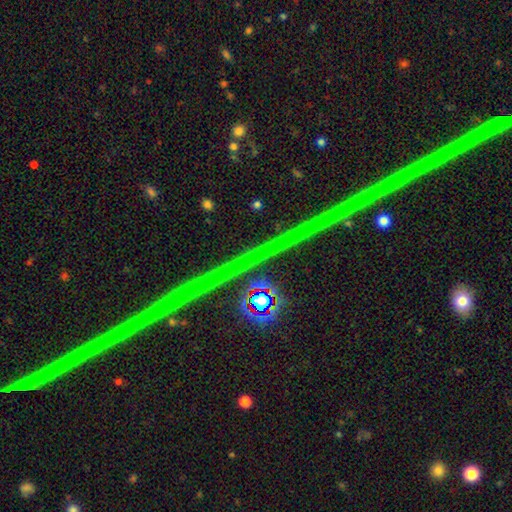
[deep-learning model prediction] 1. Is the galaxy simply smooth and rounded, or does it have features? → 84% star or artifact, 10% featured or disk, 5% smooth.